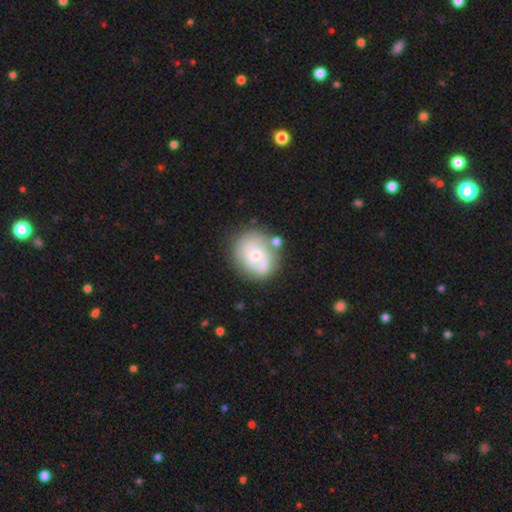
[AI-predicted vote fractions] Smooth or featured?
  - featured or disk: 71% *
  - smooth: 23%
  - star or artifact: 6%
Edge-on disk?
  - no: 98% *
  - yes: 2%
Bar?
  - no: 65% *
  - weak: 29%
  - strong: 6%
Spiral arms?
  - yes: 83% *
  - no: 17%
Spiral winding?
  - tight: 47% *
  - medium: 38%
  - loose: 15%
Spiral arm count?
  - 2: 58% *
  - can't tell: 22%
  - 3: 11%
  - 1: 5%
  - 4: 2%
  - more than 4: 2%
Bulge size?
  - small: 53% *
  - moderate: 42%
  - large: 2%
  - none: 2%
  - dominant: 1%
Merging?
  - none: 64% *
  - minor disturbance: 18%
  - merger: 10%
  - major disturbance: 8%